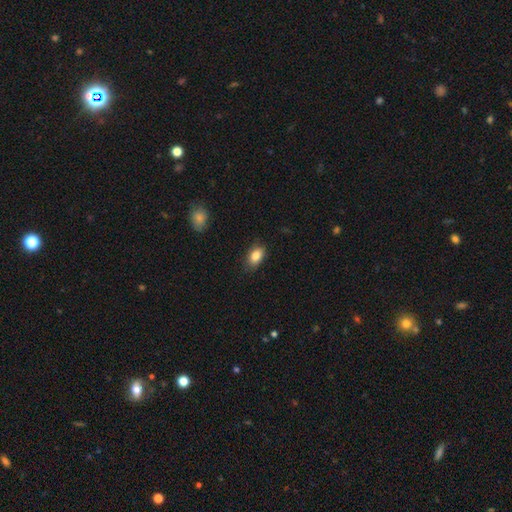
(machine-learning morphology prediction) smooth 85%, star or artifact 8%, featured or disk 7%. Down the decision tree: how rounded — in between (87%); merging — none (82%).